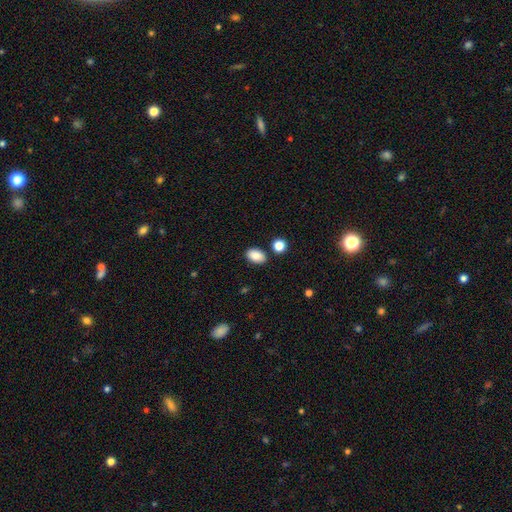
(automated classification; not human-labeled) Overall: smooth (88%). How rounded: in between (89%). Merging: none (84%).